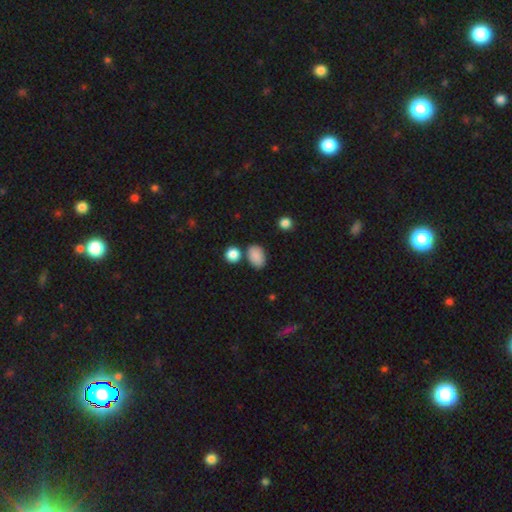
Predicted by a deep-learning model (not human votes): smooth_or_featured: smooth (p=0.86) [alt: star or artifact p=0.09]
how_rounded: in between (p=0.85) [alt: round p=0.13]
merging: none (p=0.72) [alt: minor disturbance p=0.15]